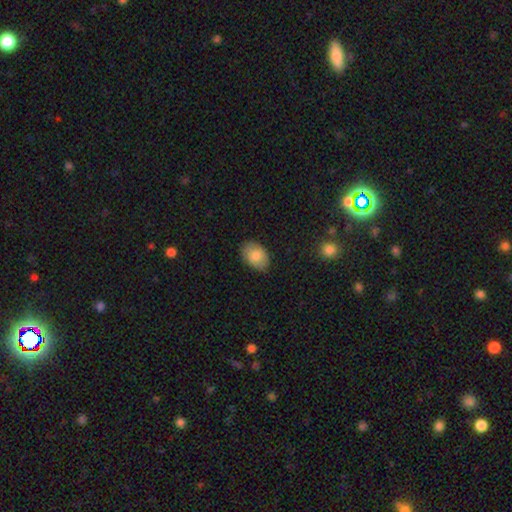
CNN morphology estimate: Smooth or featured: smooth — 82% (featured or disk — 10%)
How rounded: in between — 83% (round — 16%)
Merging: none — 82% (minor disturbance — 15%)